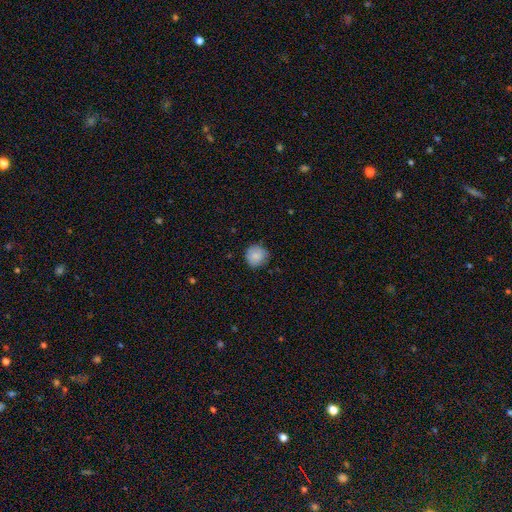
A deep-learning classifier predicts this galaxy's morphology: smooth-or-featured: smooth: 85% | star or artifact: 8% | featured or disk: 7%
  how-rounded: round: 93% | in between: 6% | cigar-shaped: 1%
  merging: none: 82% | minor disturbance: 14% | major disturbance: 3% | merger: 1%